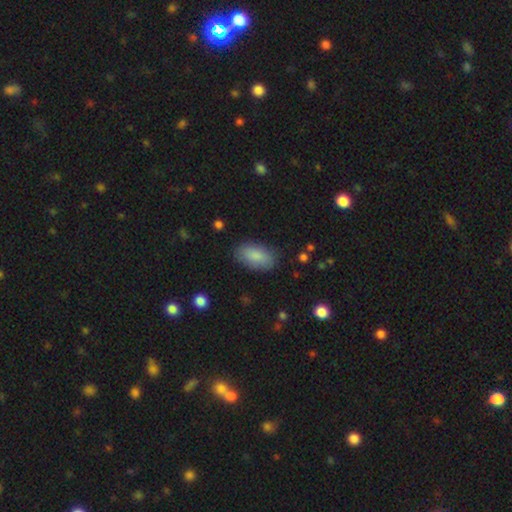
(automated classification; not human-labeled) Smooth or featured: smooth — 86% (featured or disk — 8%)
How rounded: in between — 93% (cigar-shaped — 4%)
Merging: none — 83% (minor disturbance — 12%)